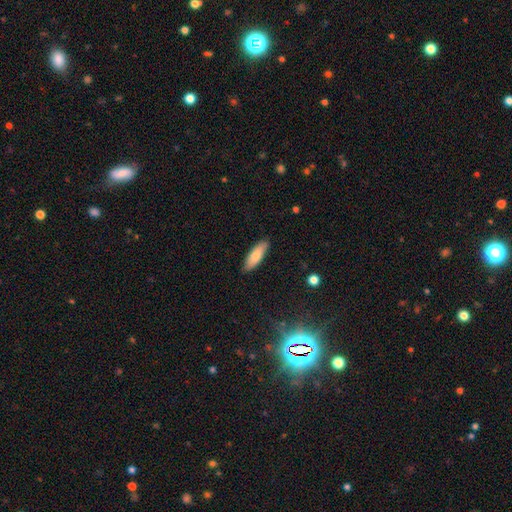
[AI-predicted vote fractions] A smooth galaxy with no disk features (78%) that is in between round and cigar-shaped (54%). Merging: none (87%).